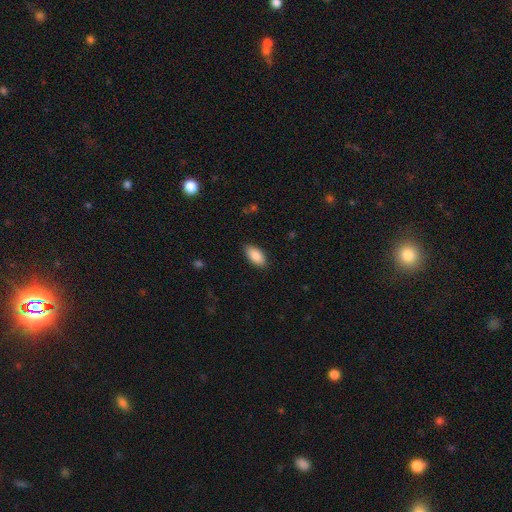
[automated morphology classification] smooth-or-featured: smooth: 89% | star or artifact: 6% | featured or disk: 5%
  how-rounded: in between: 93% | cigar-shaped: 4% | round: 2%
  merging: none: 87% | minor disturbance: 10% | major disturbance: 2% | merger: 1%